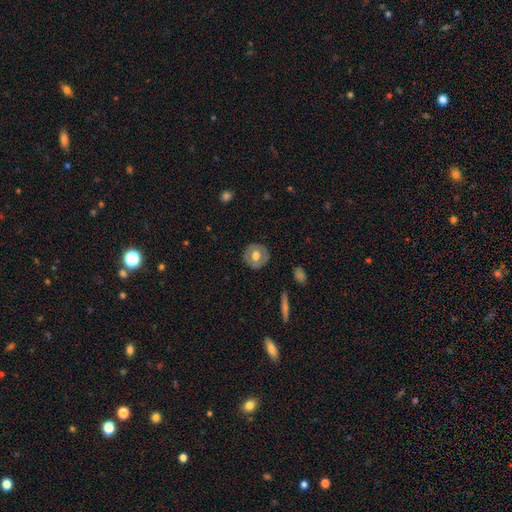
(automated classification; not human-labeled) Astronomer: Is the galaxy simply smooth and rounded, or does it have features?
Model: smooth — 54% (runner-up: featured or disk, 39%).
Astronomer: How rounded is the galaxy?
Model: round — 87%.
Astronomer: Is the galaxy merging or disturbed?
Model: none — 86%.